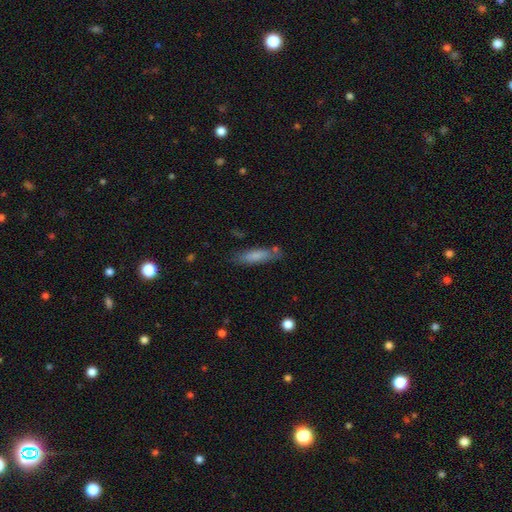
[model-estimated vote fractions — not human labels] The model was most divided on "how rounded": cigar-shaped: 60%, in between: 38%, round: 2%. More confident: smooth or featured — smooth (77%); merging — none (71%).